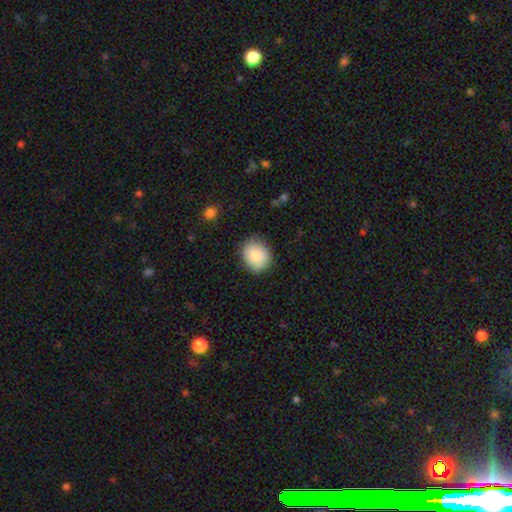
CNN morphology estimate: Smooth or featured?
  - smooth: 85% *
  - featured or disk: 8%
  - star or artifact: 7%
How rounded?
  - round: 68% *
  - in between: 31%
  - cigar-shaped: 1%
Merging?
  - none: 81% *
  - minor disturbance: 15%
  - major disturbance: 3%
  - merger: 1%